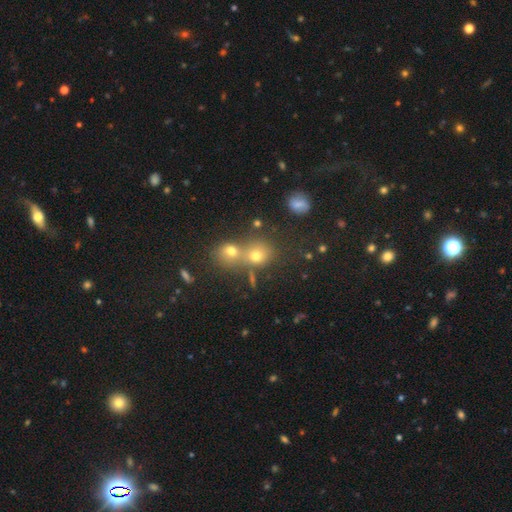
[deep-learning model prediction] smooth_or_featured: smooth (p=0.63) [alt: star or artifact p=0.23]
how_rounded: round (p=0.73) [alt: in between p=0.26]
merging: merger (p=0.49) [alt: none p=0.40]